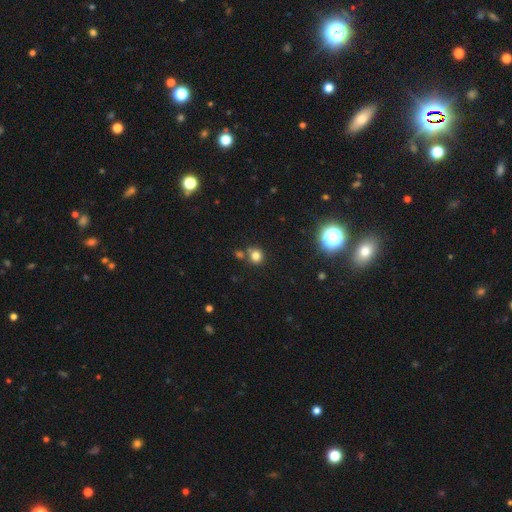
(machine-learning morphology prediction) This is likely a smooth galaxy (76%). How rounded: clearly round (87%). Merging: likely none (69%).